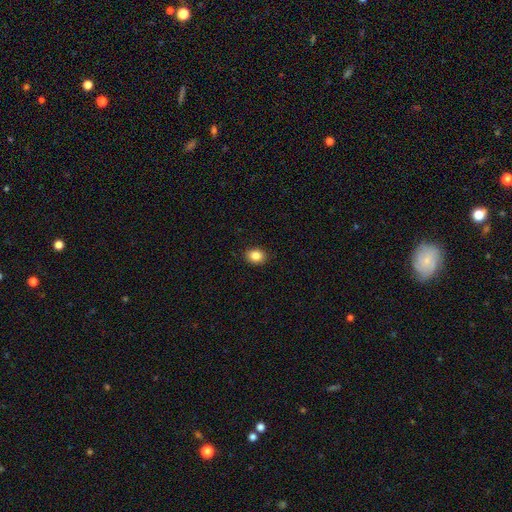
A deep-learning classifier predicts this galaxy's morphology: A smooth galaxy with no disk features (86%) that is in between round and cigar-shaped (50%).

Vote fractions:
- Smooth or featured? smooth: 86% / star or artifact: 9% / featured or disk: 5%
- How rounded? in between: 50% / round: 49% / cigar-shaped: 1%
- Merging? none: 90% / minor disturbance: 7% / major disturbance: 2% / merger: 1%